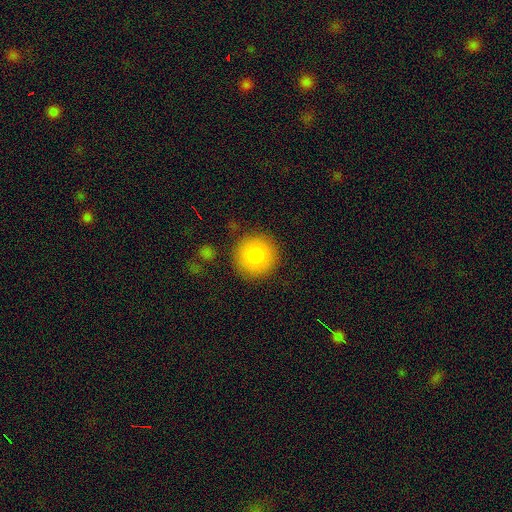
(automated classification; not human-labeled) Morphology: type=smooth (82%); roundness=round (95%); merging=none (88%).